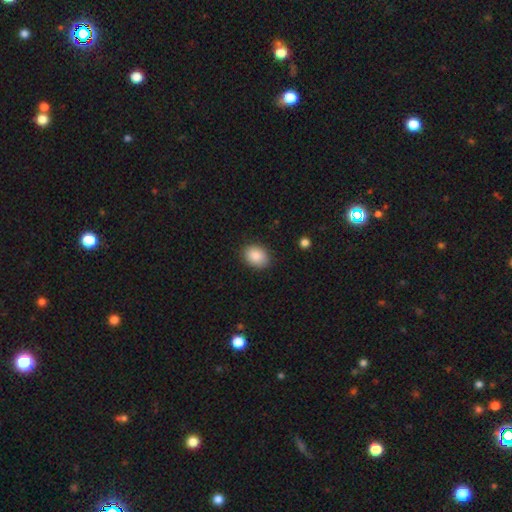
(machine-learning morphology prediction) smooth_or_featured: smooth (p=0.88) [alt: star or artifact p=0.07]
how_rounded: in between (p=0.68) [alt: round p=0.31]
merging: none (p=0.87) [alt: minor disturbance p=0.10]